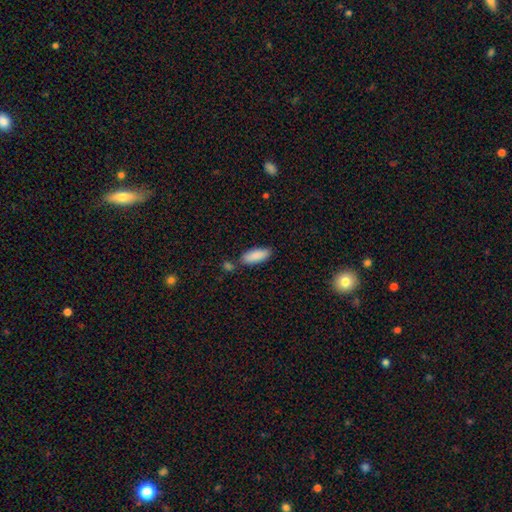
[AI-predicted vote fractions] Morphology: type=smooth (89%); roundness=in between (73%); merging=none (76%).